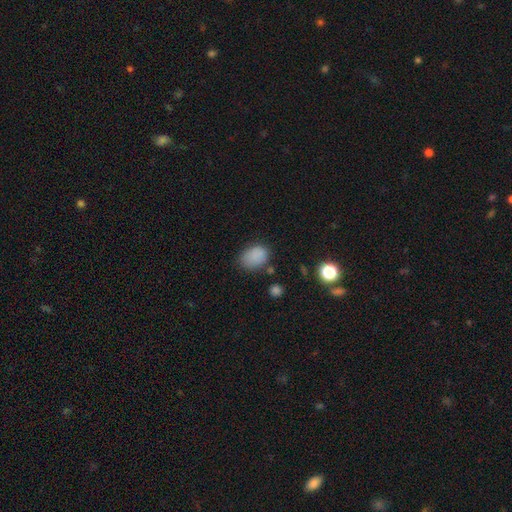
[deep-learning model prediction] Overall: smooth (84%). How rounded: in between (75%). Merging: none (66%).